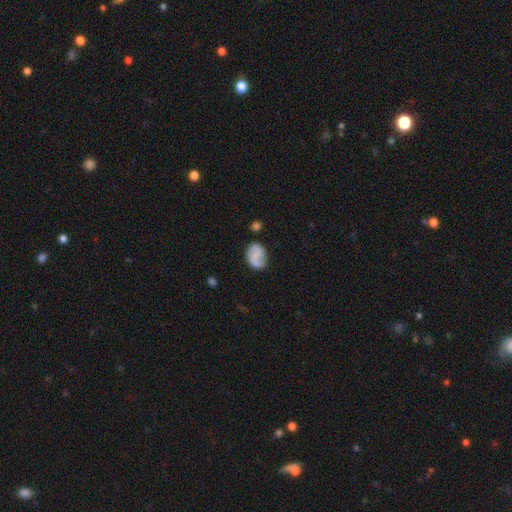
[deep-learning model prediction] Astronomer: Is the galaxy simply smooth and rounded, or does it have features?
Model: featured or disk — 49% (runner-up: smooth, 43%).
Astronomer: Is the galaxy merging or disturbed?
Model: none — 69%.